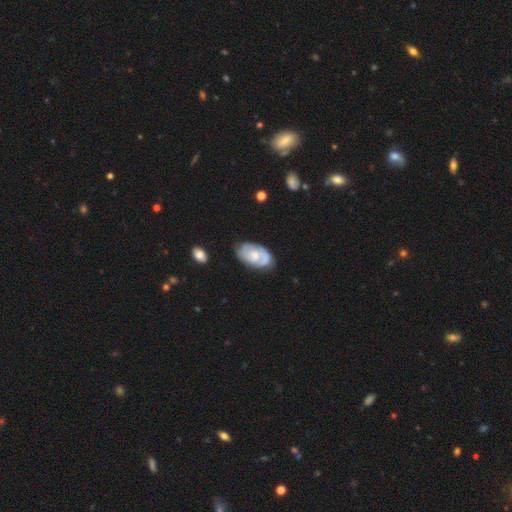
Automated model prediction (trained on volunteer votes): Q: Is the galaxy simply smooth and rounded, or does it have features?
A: featured or disk — 65%.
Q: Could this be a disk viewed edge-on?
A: no — 96%.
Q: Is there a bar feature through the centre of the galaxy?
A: no — 64%.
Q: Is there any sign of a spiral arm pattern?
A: yes — 82%.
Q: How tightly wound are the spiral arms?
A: tight — 49%.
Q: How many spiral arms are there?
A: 2 — 49%.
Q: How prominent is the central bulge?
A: small — 44%.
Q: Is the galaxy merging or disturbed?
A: none — 68%.